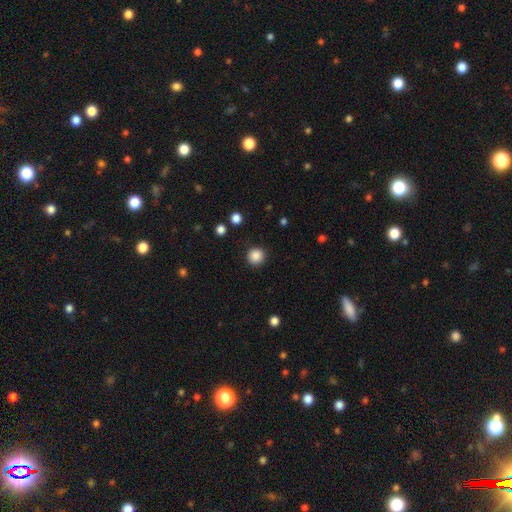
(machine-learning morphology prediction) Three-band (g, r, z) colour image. It shows a smooth galaxy with no disk features (87%) that is round (94%). Merging: none (90%).